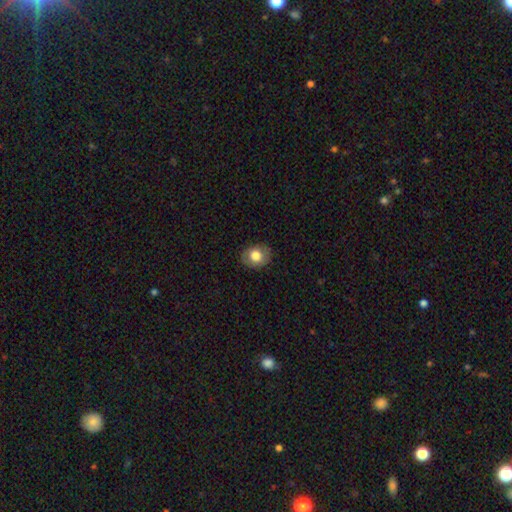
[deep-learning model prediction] Q: Smooth or featured?
A: smooth (75%); runner-up: featured or disk (17%)
Q: How rounded?
A: round (55%); runner-up: in between (44%)
Q: Merging?
A: none (86%); runner-up: minor disturbance (11%)